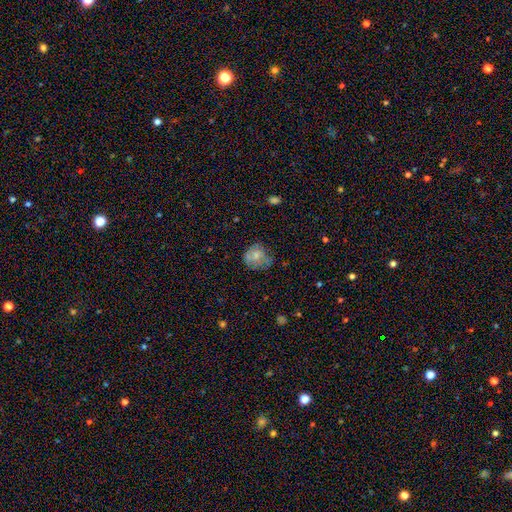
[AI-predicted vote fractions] Morphology: type=smooth (67%); roundness=round (72%); merging=none (53%).